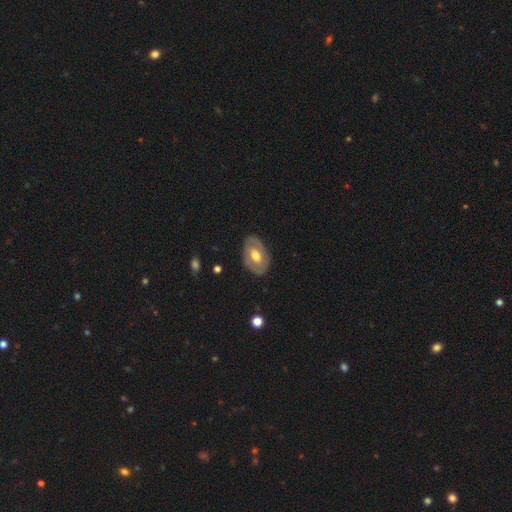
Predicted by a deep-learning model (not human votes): Morphology: type=featured or disk (59%); edge-on=no (92%); bar=no (60%); spiral arms=no (64%); bulge=moderate (64%); merging=none (81%).